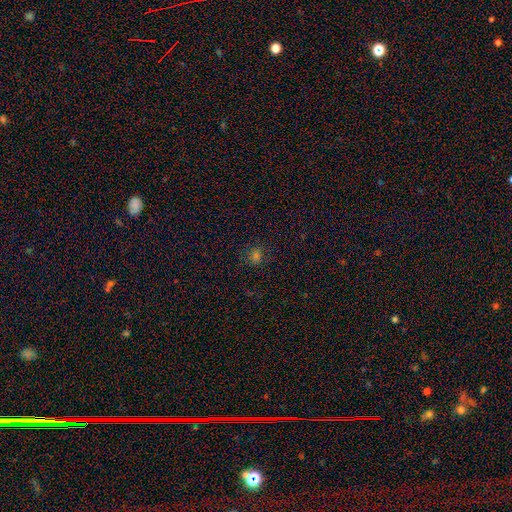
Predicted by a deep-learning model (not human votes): This appears to be a smooth galaxy with no disk features (65%) that is round (67%). Merging: none (83%).